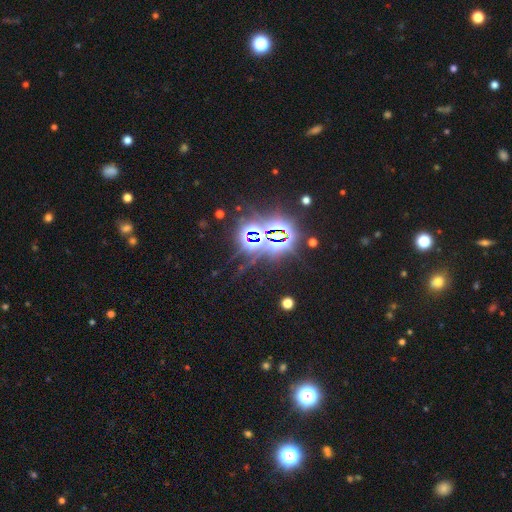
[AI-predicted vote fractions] This is clearly a star or artifact rather than a galaxy (81%).